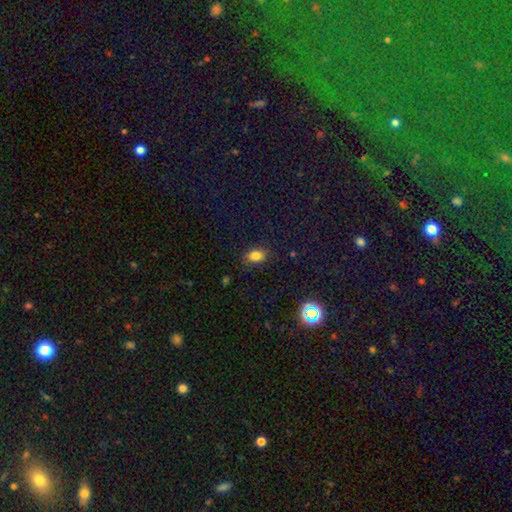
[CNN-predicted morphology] Q: Smooth or featured?
A: smooth (81%); runner-up: star or artifact (13%)
Q: How rounded?
A: in between (76%); runner-up: round (22%)
Q: Merging?
A: none (84%); runner-up: minor disturbance (12%)